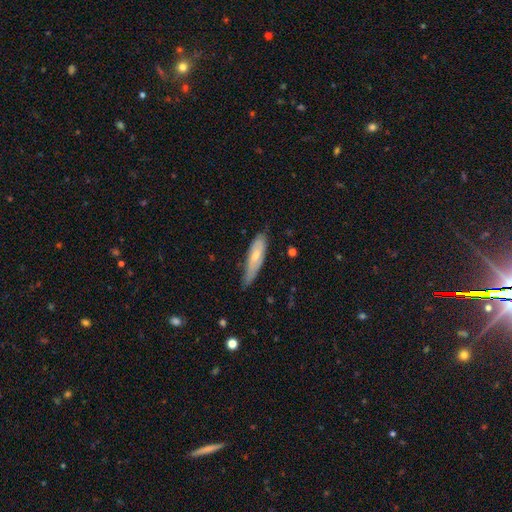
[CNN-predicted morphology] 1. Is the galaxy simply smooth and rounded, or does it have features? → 59% smooth, 36% featured or disk, 6% star or artifact.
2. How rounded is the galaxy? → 64% cigar-shaped, 34% in between, 2% round.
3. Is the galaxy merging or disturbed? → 57% none, 34% minor disturbance, 7% major disturbance, 2% merger.